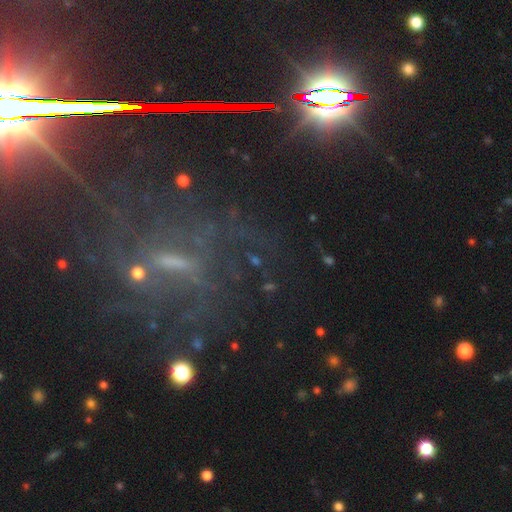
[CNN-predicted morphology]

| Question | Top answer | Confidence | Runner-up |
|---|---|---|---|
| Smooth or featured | star or artifact | 41% | tied: featured or disk (41%) |